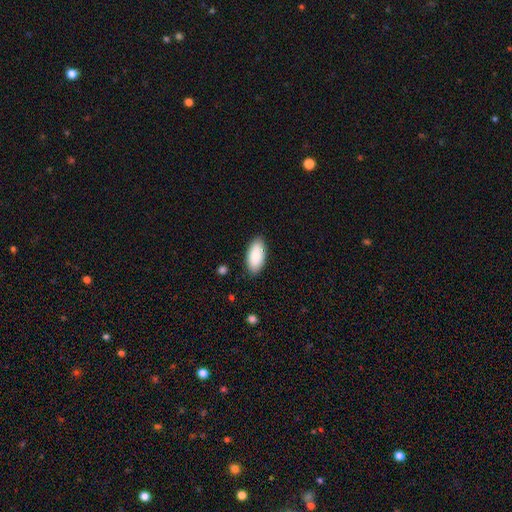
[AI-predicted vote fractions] This appears to be a smooth galaxy with no disk features (89%) that is in between round and cigar-shaped (93%). Merging: none (86%).